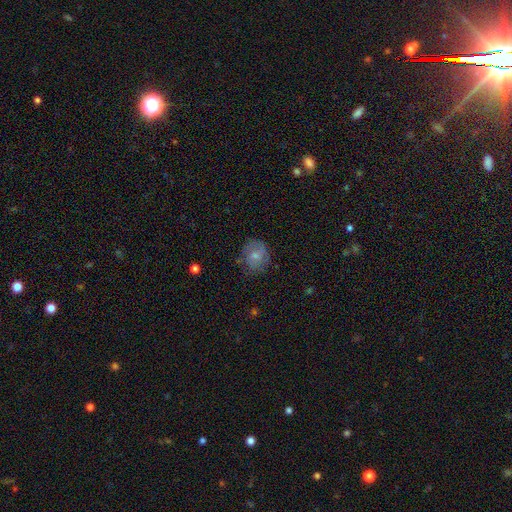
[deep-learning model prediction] Smooth or featured? Predicted: smooth (p=0.64). How rounded? Predicted: round (p=0.74). Merging? Predicted: none (p=0.65).